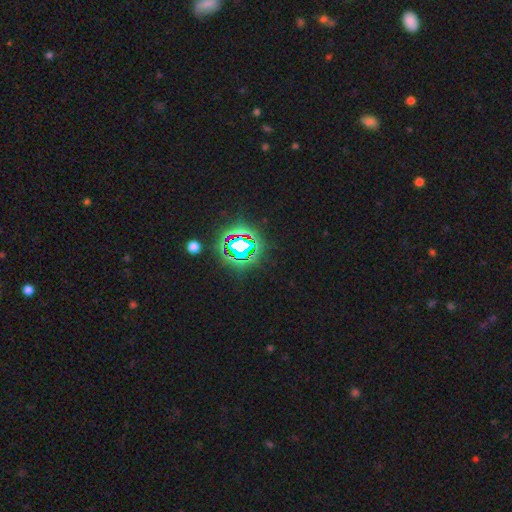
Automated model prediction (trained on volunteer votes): Smooth or featured?
  - star or artifact: 84% *
  - smooth: 10%
  - featured or disk: 6%